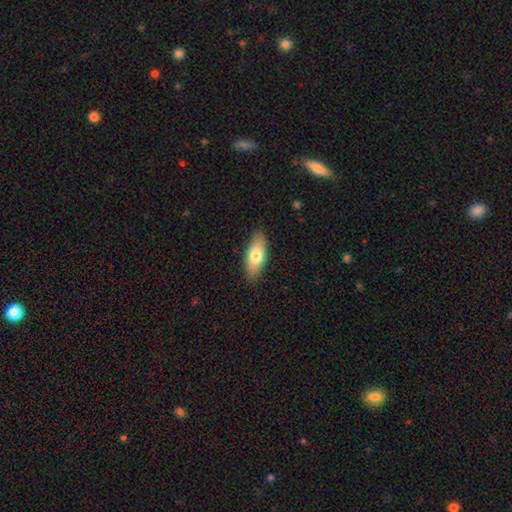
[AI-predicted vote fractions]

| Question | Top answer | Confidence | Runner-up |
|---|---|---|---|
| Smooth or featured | smooth | 72% | featured or disk (22%) |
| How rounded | in between | 81% | cigar-shaped (16%) |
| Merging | none | 87% | minor disturbance (10%) |